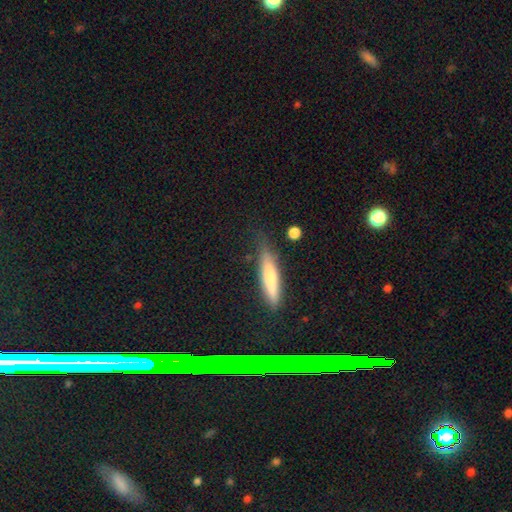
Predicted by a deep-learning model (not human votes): This appears to be a featured or disk galaxy (44%). Merging: none (78%).